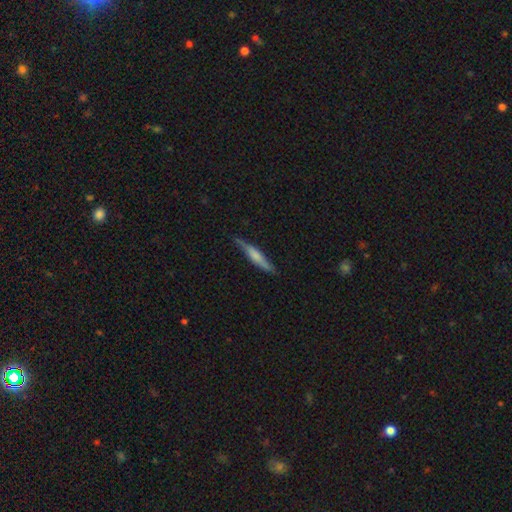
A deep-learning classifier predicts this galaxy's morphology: This appears to be a smooth galaxy with no disk features (50%). Merging: none (81%).